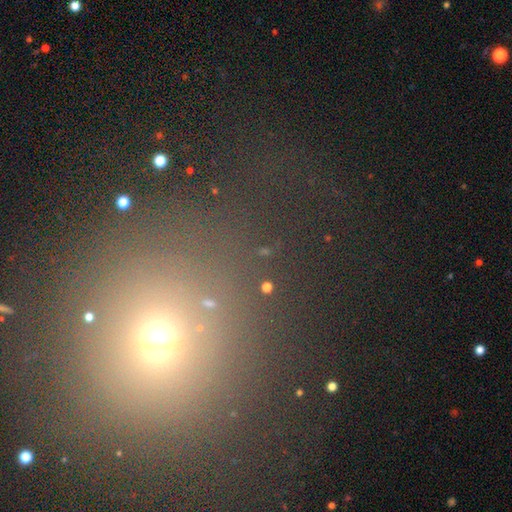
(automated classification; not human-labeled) Morphology: type=smooth (52%); roundness=round (83%); merging=none (68%).